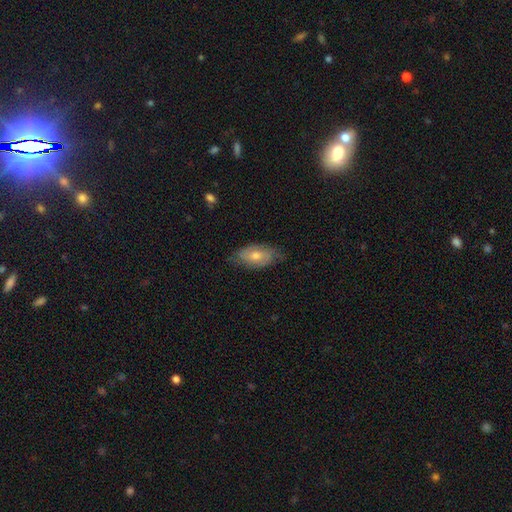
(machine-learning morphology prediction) A smooth galaxy with no disk features (50%) that is in between round and cigar-shaped (90%). Merging: none (72%).